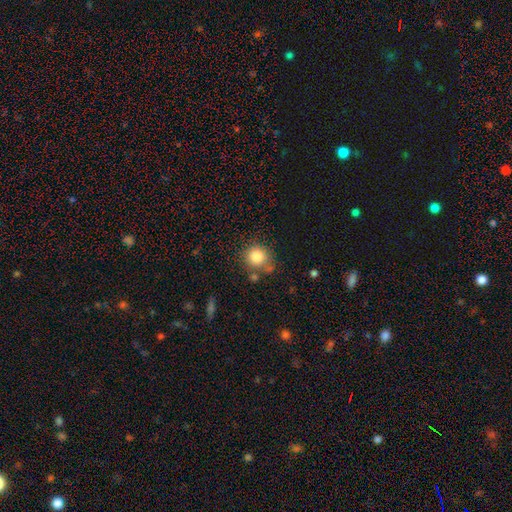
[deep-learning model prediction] Smooth or featured: smooth — 81% (star or artifact — 11%)
How rounded: round — 89% (in between — 10%)
Merging: none — 72% (minor disturbance — 14%)